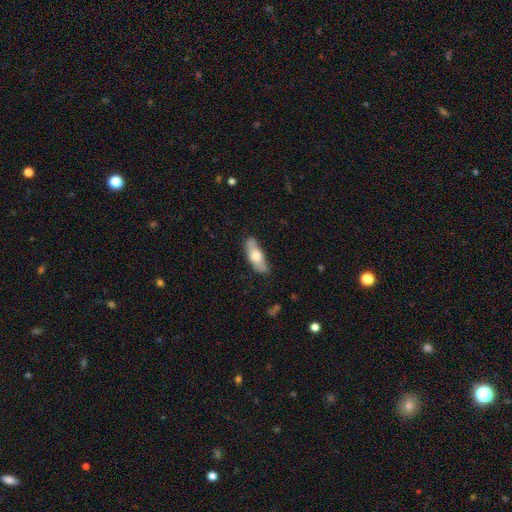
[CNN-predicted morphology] A smooth galaxy with no disk features (63%) that is in between round and cigar-shaped (63%).

Vote fractions:
- Smooth or featured? smooth: 63% / featured or disk: 31% / star or artifact: 6%
- How rounded? in between: 63% / cigar-shaped: 34% / round: 3%
- Merging? none: 77% / minor disturbance: 17% / major disturbance: 3% / merger: 2%